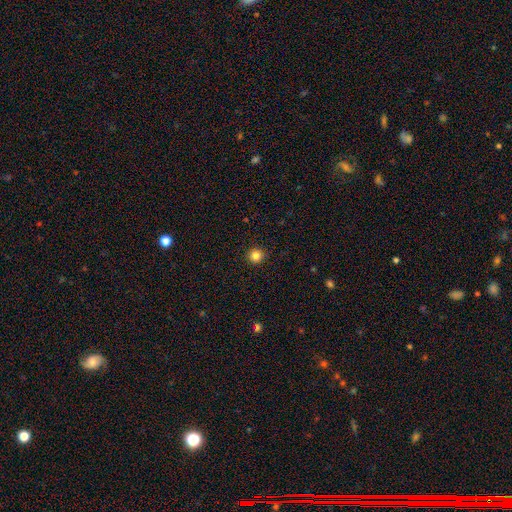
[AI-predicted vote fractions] smooth_or_featured: smooth (p=0.84) [alt: star or artifact p=0.12]
how_rounded: round (p=0.94) [alt: in between p=0.05]
merging: none (p=0.93) [alt: minor disturbance p=0.04]